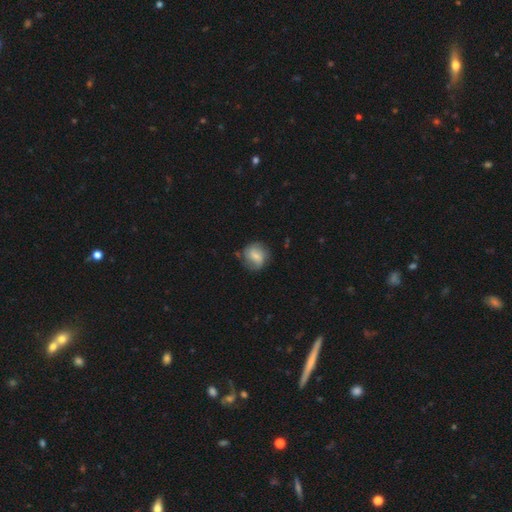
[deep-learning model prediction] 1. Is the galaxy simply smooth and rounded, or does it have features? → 57% smooth, 36% featured or disk, 8% star or artifact.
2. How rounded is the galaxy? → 78% round, 21% in between, 1% cigar-shaped.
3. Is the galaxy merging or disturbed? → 68% none, 22% minor disturbance, 8% major disturbance, 2% merger.